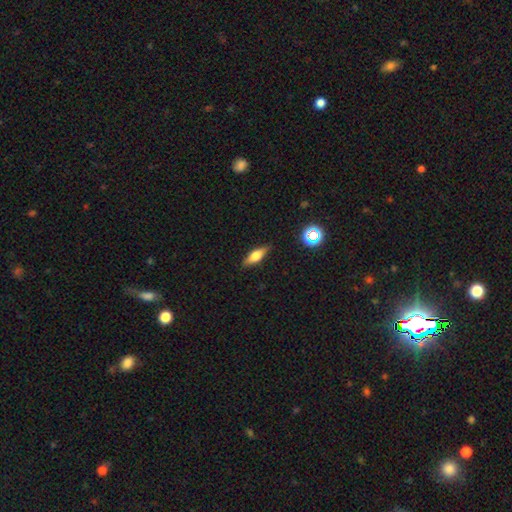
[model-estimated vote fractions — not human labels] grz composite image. It shows a smooth galaxy with no disk features (55%) that is in between round and cigar-shaped (54%). Merging: none (86%).